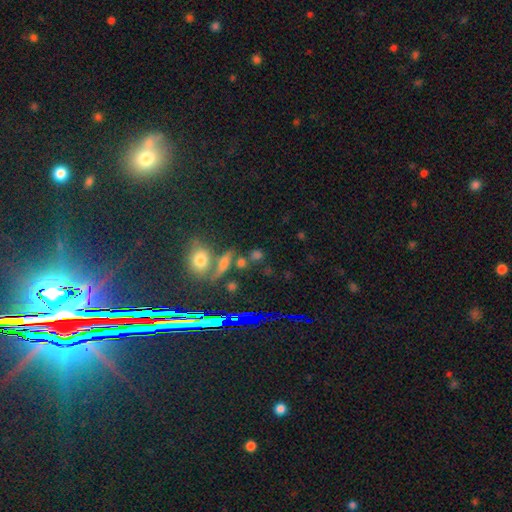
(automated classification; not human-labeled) Smooth or featured: smooth — 44% (star or artifact — 40%)
Merging: none — 58% (merger — 24%)